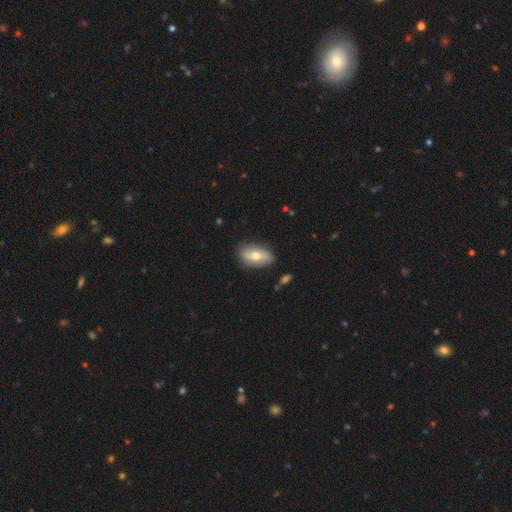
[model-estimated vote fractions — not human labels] smooth 53%, featured or disk 40%, star or artifact 7%. Down the decision tree: how rounded — in between (88%); merging — none (81%).